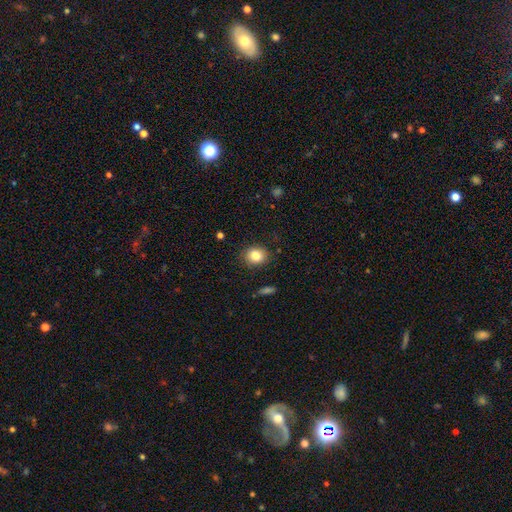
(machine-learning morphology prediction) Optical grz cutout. It shows a smooth galaxy with no disk features (82%) that is round (68%). Merging: none (86%).